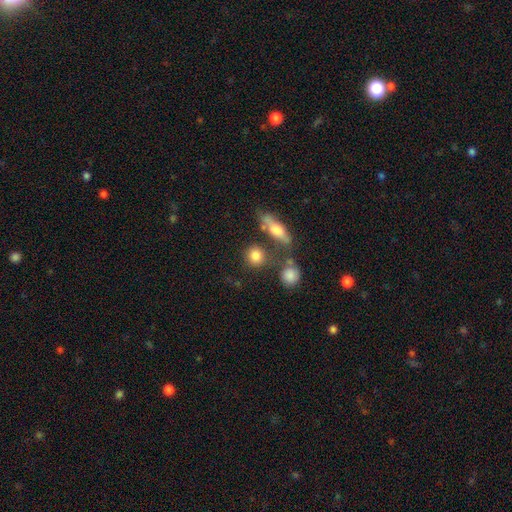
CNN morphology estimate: Smooth or featured? smooth (80%)
How rounded? round (78%)
Merging? none (66%)